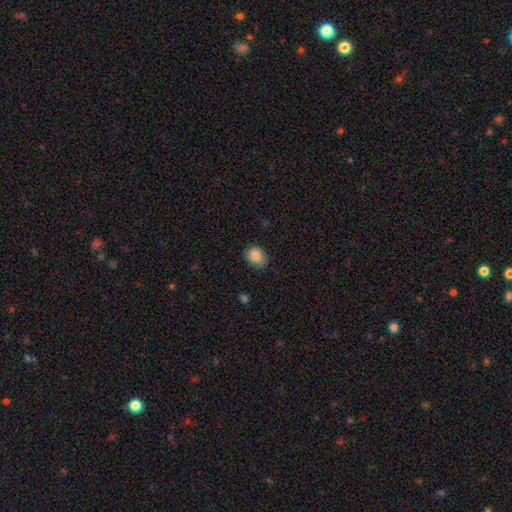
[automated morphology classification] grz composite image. It shows a smooth galaxy with no disk features (86%) that is in between round and cigar-shaped (61%). Merging: none (82%).